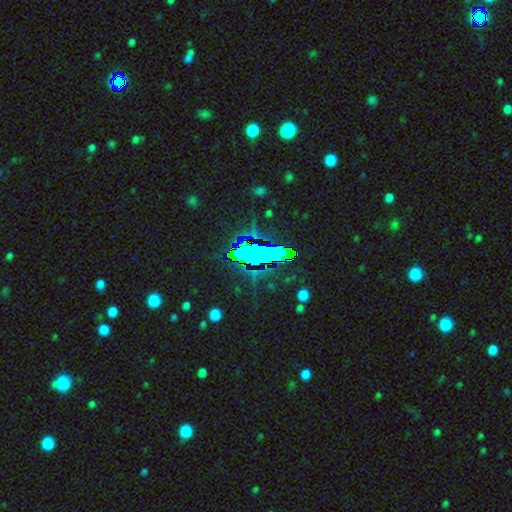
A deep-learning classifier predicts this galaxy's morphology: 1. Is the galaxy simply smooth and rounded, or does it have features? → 72% star or artifact, 17% smooth, 11% featured or disk.